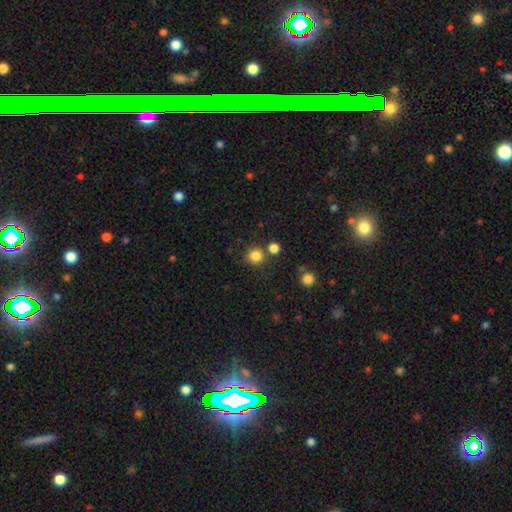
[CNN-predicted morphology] Smooth or featured? smooth (83%)
How rounded? round (93%)
Merging? none (79%)